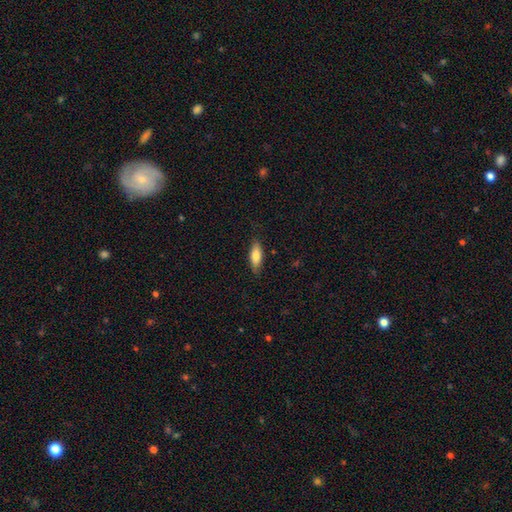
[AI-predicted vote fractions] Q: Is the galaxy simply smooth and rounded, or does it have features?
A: smooth — 76%.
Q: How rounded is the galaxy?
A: in between — 65%.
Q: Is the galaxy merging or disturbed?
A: none — 82%.